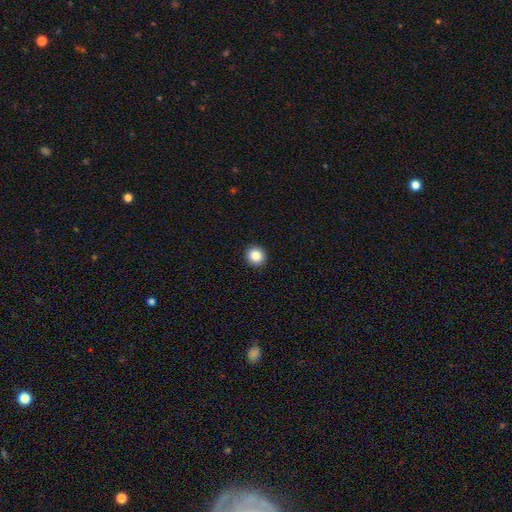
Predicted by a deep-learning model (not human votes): Smooth or featured?
  - smooth: 87% *
  - star or artifact: 9%
  - featured or disk: 4%
How rounded?
  - round: 90% *
  - in between: 9%
  - cigar-shaped: 1%
Merging?
  - none: 93% *
  - minor disturbance: 5%
  - major disturbance: 2%
  - merger: 1%